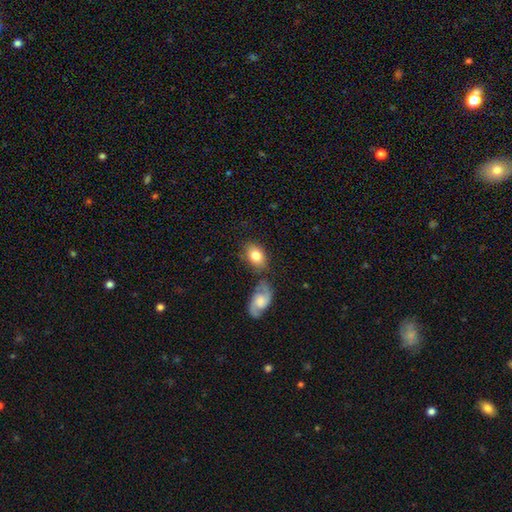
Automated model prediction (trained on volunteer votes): Smooth or featured: smooth — 77% (featured or disk — 17%)
How rounded: in between — 85% (round — 14%)
Merging: none — 64% (merger — 17%)